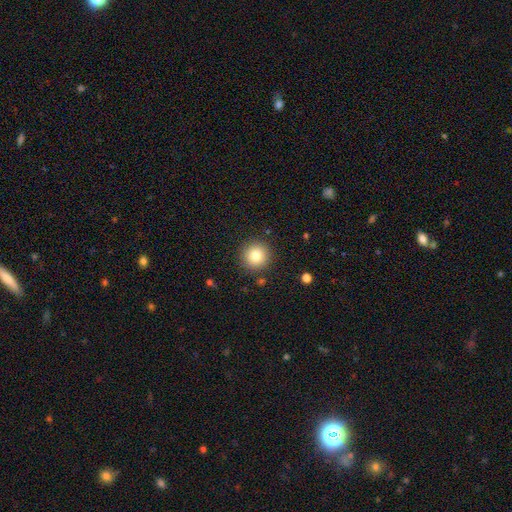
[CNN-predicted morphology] Smooth or featured: smooth — 80% (star or artifact — 11%)
How rounded: round — 95% (in between — 4%)
Merging: none — 89% (minor disturbance — 7%)